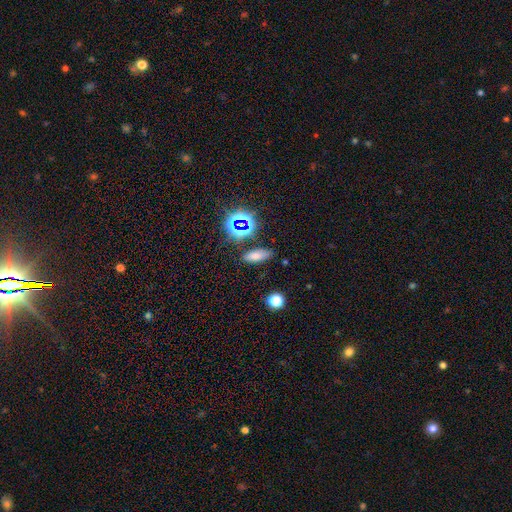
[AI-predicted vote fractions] Smooth or featured? Predicted: smooth (p=0.64). How rounded? Predicted: in between (p=0.76). Merging? Predicted: none (p=0.82).